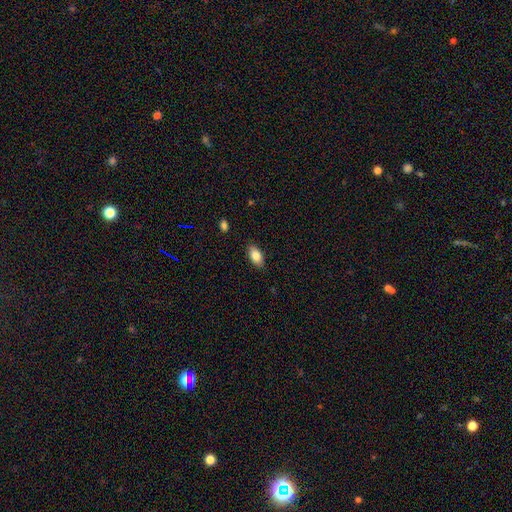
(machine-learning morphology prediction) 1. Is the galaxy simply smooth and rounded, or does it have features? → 84% smooth, 9% featured or disk, 7% star or artifact.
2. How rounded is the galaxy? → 92% in between, 4% cigar-shaped, 4% round.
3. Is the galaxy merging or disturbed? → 87% none, 10% minor disturbance, 2% major disturbance, 1% merger.